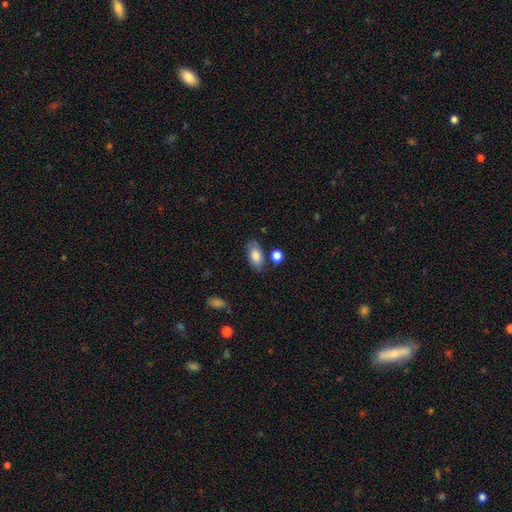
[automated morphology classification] Smooth or featured? smooth (84%)
How rounded? in between (92%)
Merging? none (72%)